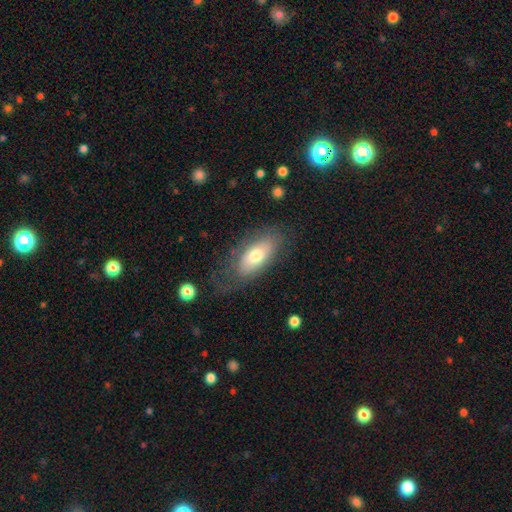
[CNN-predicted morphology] Smooth or featured? Predicted: smooth (p=0.63). How rounded? Predicted: in between (p=0.88). Merging? Predicted: none (p=0.61).